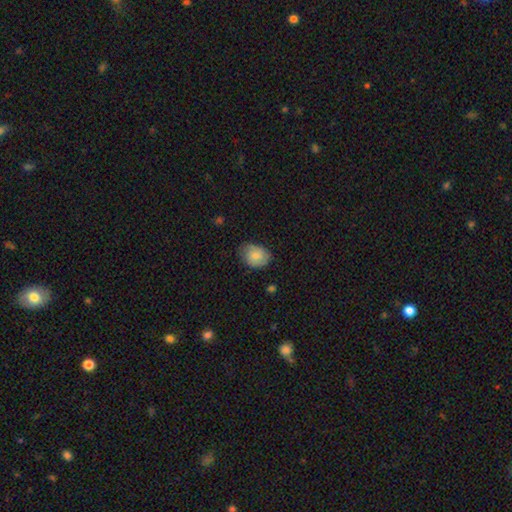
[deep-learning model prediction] Smooth or featured? smooth (78%)
How rounded? in between (63%)
Merging? none (68%)